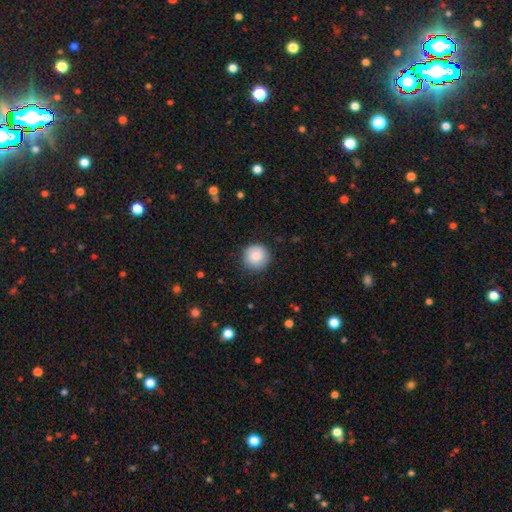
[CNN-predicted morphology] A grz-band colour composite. It shows a smooth galaxy with no disk features (87%) that is round (95%). Merging: none (89%).